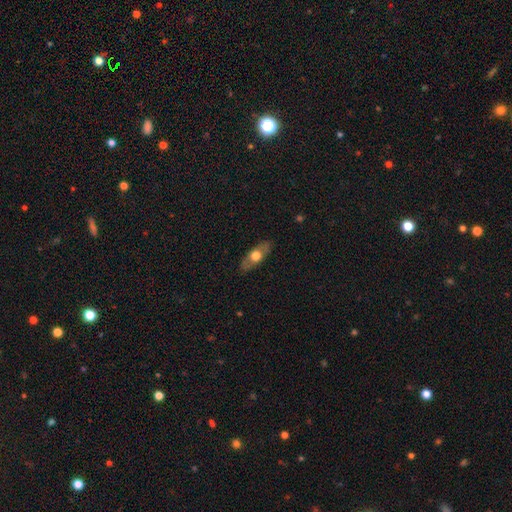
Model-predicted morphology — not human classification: Smooth or featured: smooth — 52% (featured or disk — 43%)
How rounded: in between — 71% (cigar-shaped — 22%)
Merging: none — 84% (minor disturbance — 12%)